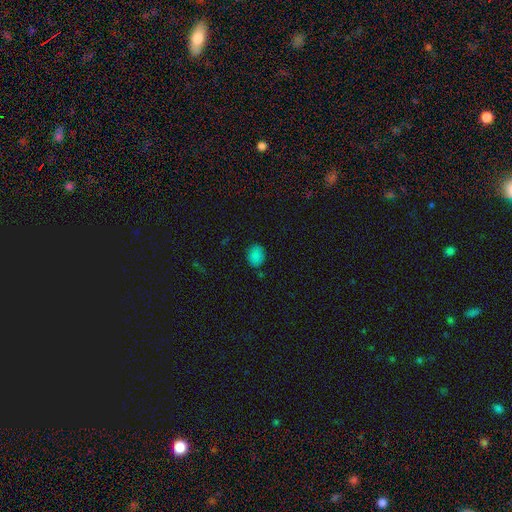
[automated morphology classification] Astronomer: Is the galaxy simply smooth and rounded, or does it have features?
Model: smooth — 83%.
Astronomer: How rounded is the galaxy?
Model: in between — 56% (runner-up: round, 43%).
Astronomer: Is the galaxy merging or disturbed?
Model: none — 81%.